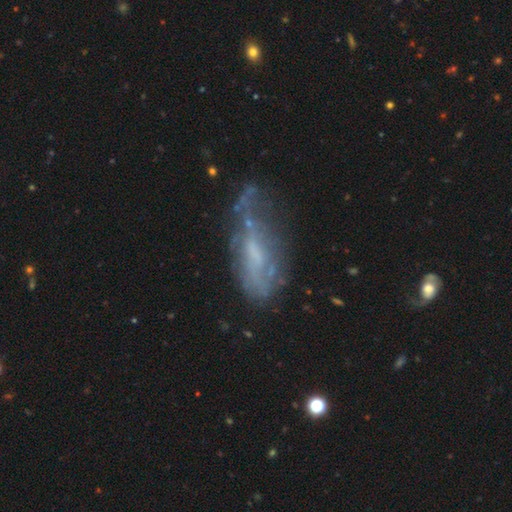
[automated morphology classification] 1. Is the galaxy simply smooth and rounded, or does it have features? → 55% featured or disk, 33% smooth, 12% star or artifact.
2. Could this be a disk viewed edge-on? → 84% no, 16% yes.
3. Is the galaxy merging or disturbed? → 37% none, 30% minor disturbance, 27% major disturbance, 6% merger.